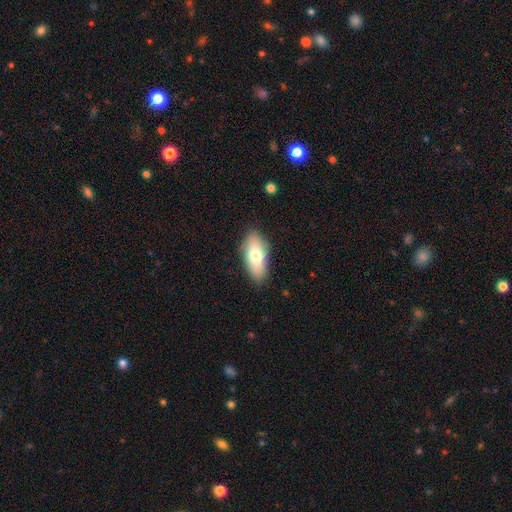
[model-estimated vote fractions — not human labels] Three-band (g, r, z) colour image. It shows a smooth galaxy with no disk features (73%) that is in between round and cigar-shaped (85%). Merging: none (86%).